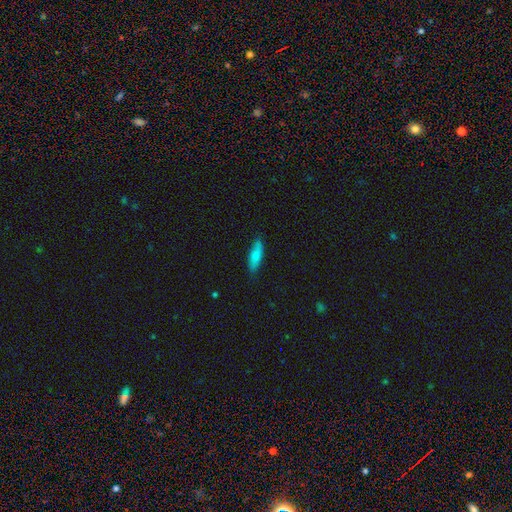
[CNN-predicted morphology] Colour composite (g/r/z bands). It shows a smooth galaxy with no disk features (72%) that is cigar-shaped (51%). Merging: none (83%).